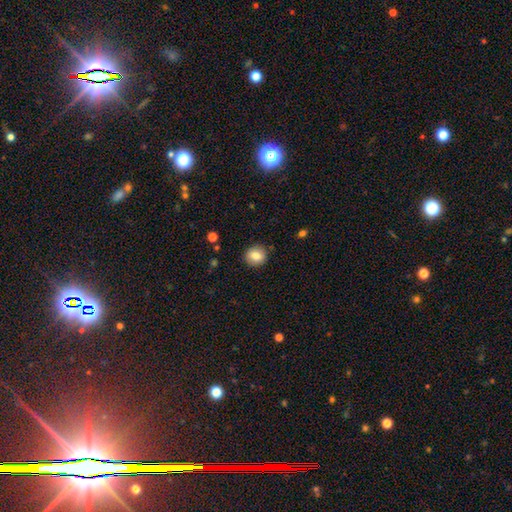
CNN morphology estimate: Smooth or featured?
  - smooth: 81% *
  - featured or disk: 10%
  - star or artifact: 9%
How rounded?
  - round: 83% *
  - in between: 16%
  - cigar-shaped: 1%
Merging?
  - none: 89% *
  - minor disturbance: 8%
  - major disturbance: 2%
  - merger: 1%